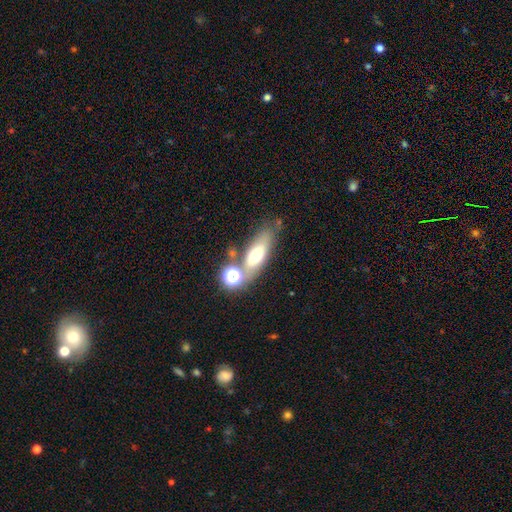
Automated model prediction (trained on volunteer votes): Smooth or featured? Predicted: smooth (p=0.59). How rounded? Predicted: in between (p=0.58). Merging? Predicted: none (p=0.58).